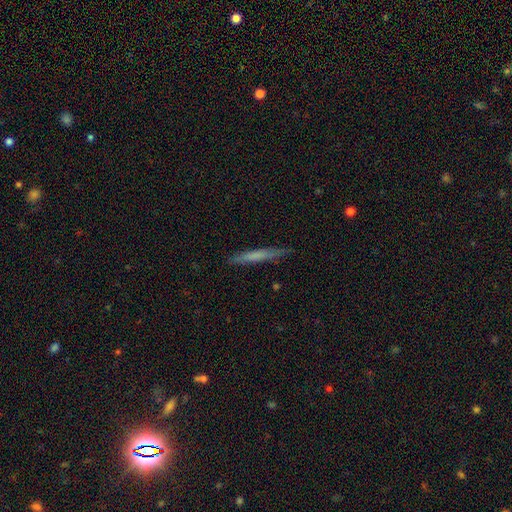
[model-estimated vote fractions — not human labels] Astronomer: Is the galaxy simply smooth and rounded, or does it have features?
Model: smooth — 59% (runner-up: featured or disk, 35%).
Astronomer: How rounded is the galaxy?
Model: cigar-shaped — 96%.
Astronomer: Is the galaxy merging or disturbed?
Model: none — 86%.